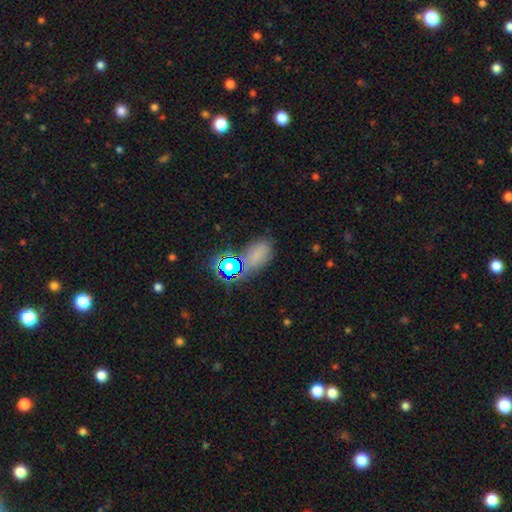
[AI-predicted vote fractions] Smooth or featured? Predicted: smooth (p=0.58). How rounded? Predicted: in between (p=0.80). Merging? Predicted: none (p=0.64).